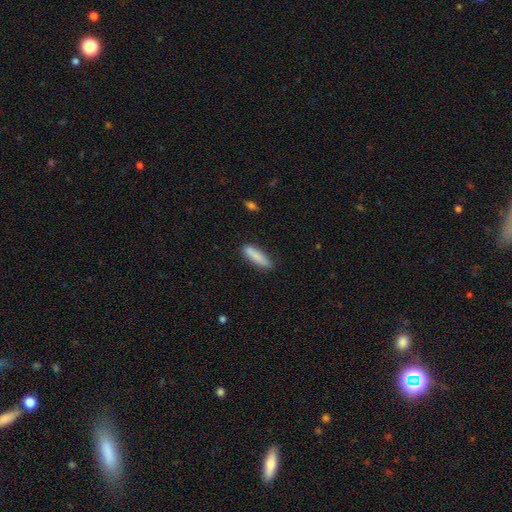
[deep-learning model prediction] A smooth galaxy with no disk features (85%) that is cigar-shaped (75%). Merging: none (85%).